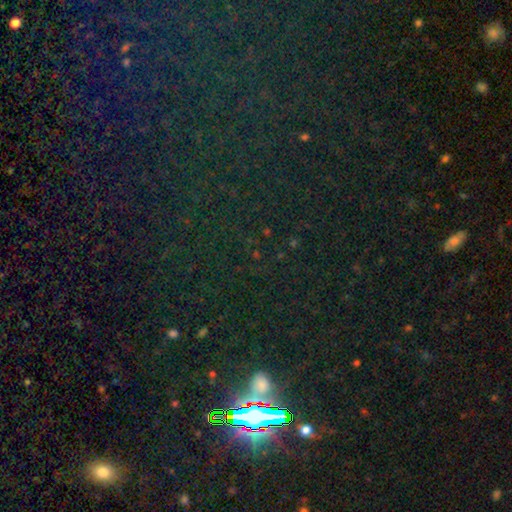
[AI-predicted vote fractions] smooth-or-featured: star or artifact: 83% | smooth: 10% | featured or disk: 7%